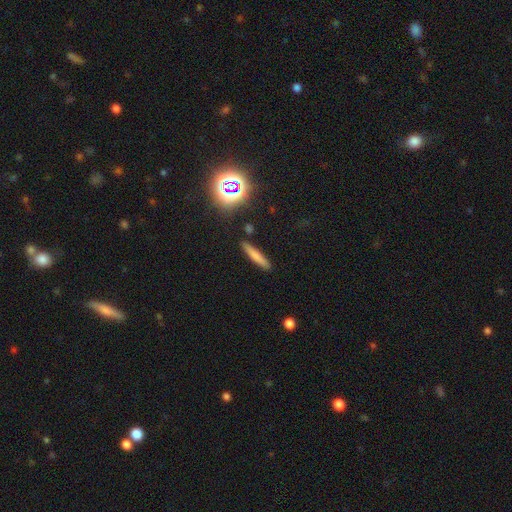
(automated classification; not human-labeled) A smooth galaxy with no disk features (71%) that is cigar-shaped (90%).

Vote fractions:
- Smooth or featured? smooth: 71% / featured or disk: 18% / star or artifact: 12%
- How rounded? cigar-shaped: 90% / in between: 8% / round: 2%
- Merging? none: 87% / minor disturbance: 9% / merger: 2% / major disturbance: 2%